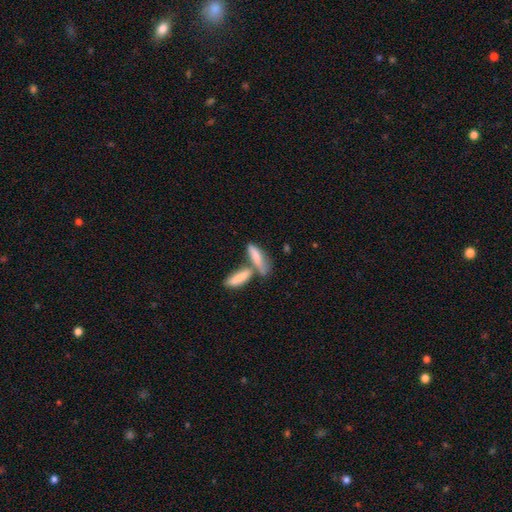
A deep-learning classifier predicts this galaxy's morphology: Smooth or featured?
  - smooth: 74% *
  - featured or disk: 19%
  - star or artifact: 7%
How rounded?
  - cigar-shaped: 55% *
  - in between: 43%
  - round: 2%
Merging?
  - merger: 51% *
  - none: 32%
  - minor disturbance: 11%
  - major disturbance: 6%